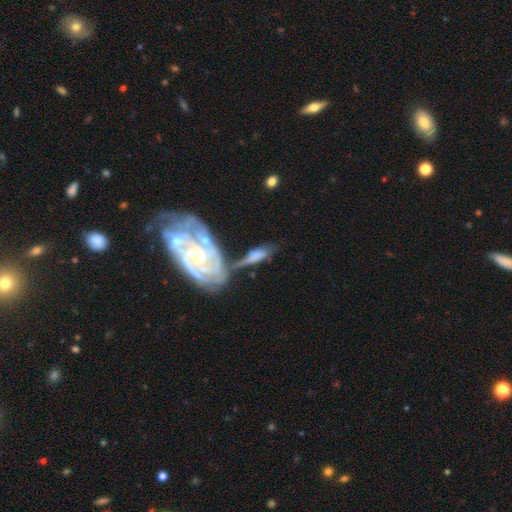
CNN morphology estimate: smooth_or_featured: featured or disk (p=0.55) [alt: smooth p=0.38]
disk_edge_on: no (p=0.73) [alt: yes p=0.27]
merging: merger (p=0.41) [alt: none p=0.24]